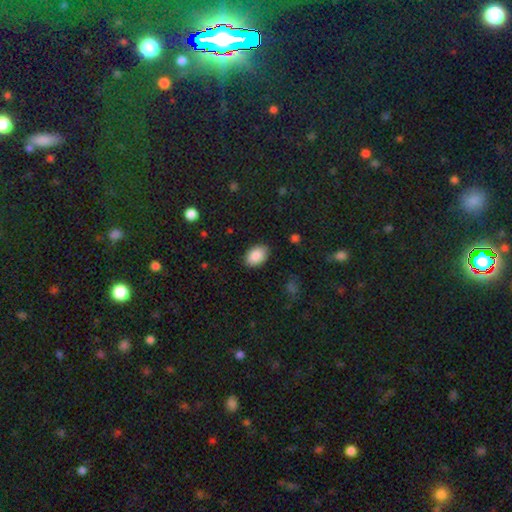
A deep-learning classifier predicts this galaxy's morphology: The model was most divided on "merging": none: 86%, minor disturbance: 11%, major disturbance: 2%, merger: 1%. More confident: how rounded — in between (89%); smooth or featured — smooth (89%).